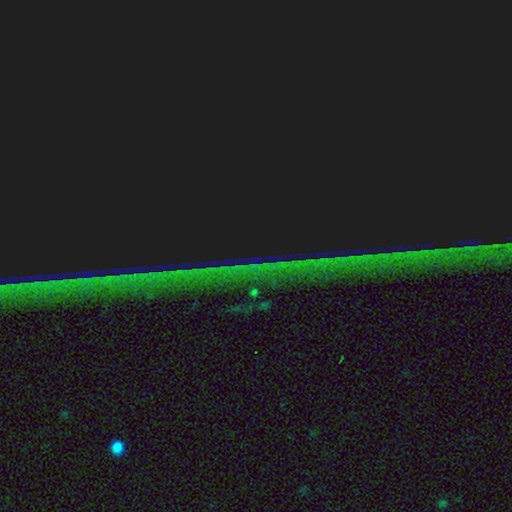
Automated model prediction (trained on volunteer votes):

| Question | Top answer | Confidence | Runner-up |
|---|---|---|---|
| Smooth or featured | star or artifact | 87% | featured or disk (7%) |